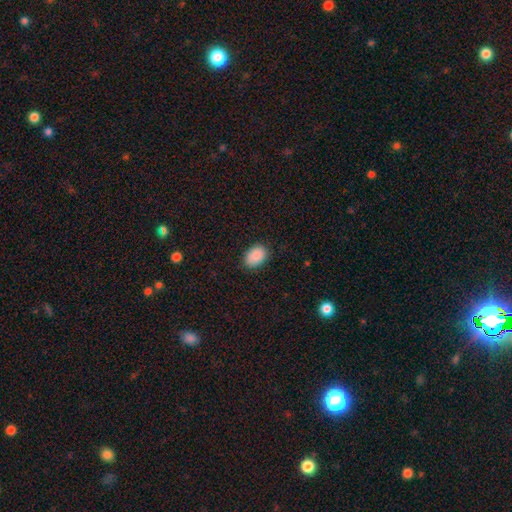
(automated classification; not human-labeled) smooth_or_featured: smooth (p=0.89) [alt: star or artifact p=0.07]
how_rounded: in between (p=0.83) [alt: round p=0.16]
merging: none (p=0.86) [alt: minor disturbance p=0.10]